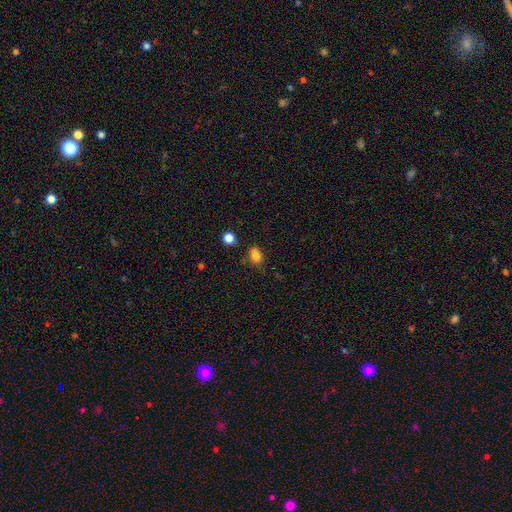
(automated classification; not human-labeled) A smooth galaxy with no disk features (77%) that is in between round and cigar-shaped (69%).

Vote fractions:
- Smooth or featured? smooth: 77% / star or artifact: 15% / featured or disk: 8%
- How rounded? in between: 69% / round: 29% / cigar-shaped: 3%
- Merging? none: 56% / minor disturbance: 25% / merger: 10% / major disturbance: 8%